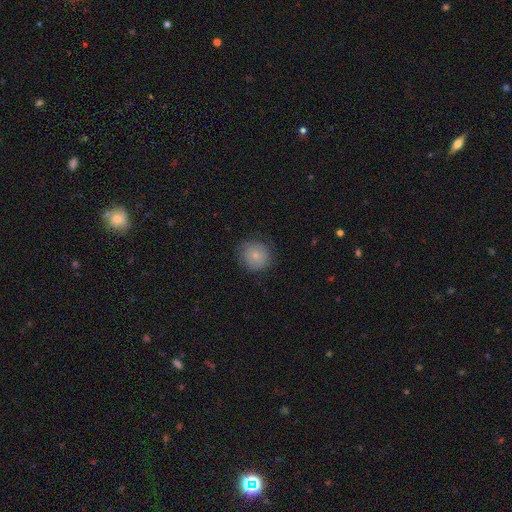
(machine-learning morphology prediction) Smooth or featured: smooth — 79% (featured or disk — 12%)
How rounded: round — 89% (in between — 10%)
Merging: none — 82% (minor disturbance — 13%)